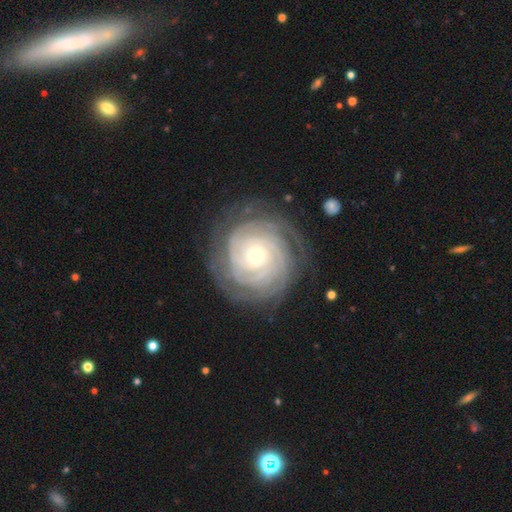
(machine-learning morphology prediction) Overall: featured or disk (89%). Edge-on disk: no (98%). Bar: no (77%). Spiral arms: yes (98%). Spiral arm count: 4 (24%; can't tell 23%). Spiral winding: tight (87%). Bulge size: small (65%; moderate 31%). Merging: none (80%).